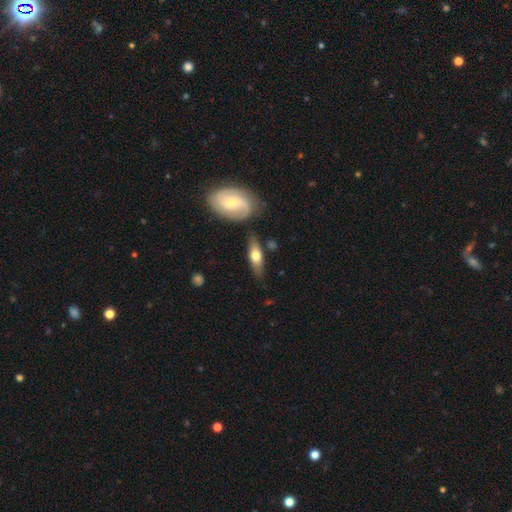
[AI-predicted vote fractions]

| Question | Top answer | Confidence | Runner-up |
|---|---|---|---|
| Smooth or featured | smooth | 50% | featured or disk (45%) |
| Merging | none | 75% | minor disturbance (15%) |